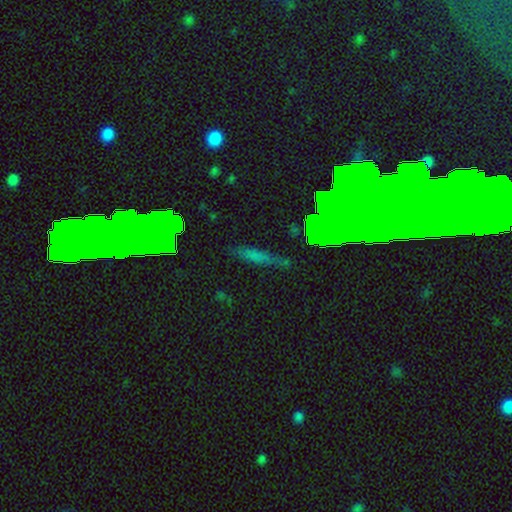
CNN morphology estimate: Smooth or featured? Predicted: smooth (p=0.40). Merging? Predicted: none (p=0.73).